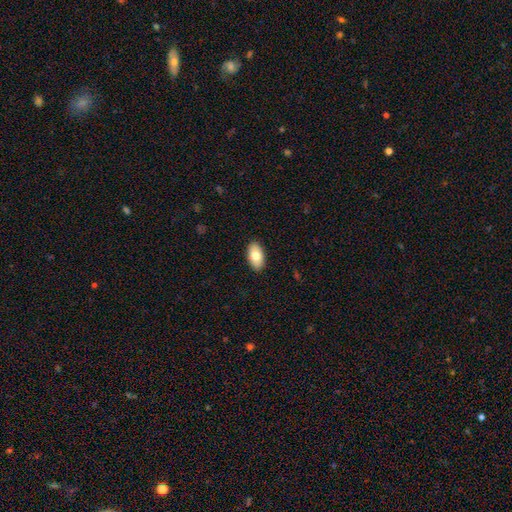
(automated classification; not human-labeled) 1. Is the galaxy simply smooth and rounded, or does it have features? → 79% smooth, 15% featured or disk, 6% star or artifact.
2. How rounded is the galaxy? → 94% in between, 3% round, 2% cigar-shaped.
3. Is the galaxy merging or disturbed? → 90% none, 8% minor disturbance, 2% major disturbance, 1% merger.